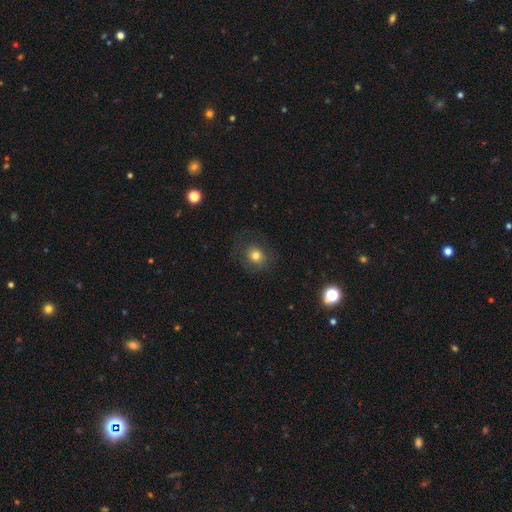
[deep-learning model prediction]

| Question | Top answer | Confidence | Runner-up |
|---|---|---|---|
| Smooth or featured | smooth | 74% | star or artifact (13%) |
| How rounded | round | 81% | in between (18%) |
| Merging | none | 76% | minor disturbance (14%) |